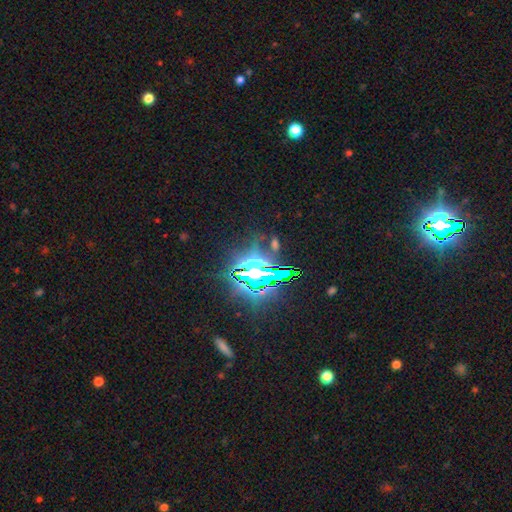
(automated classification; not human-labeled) This appears to be a star or artifact, not a galaxy (75%).